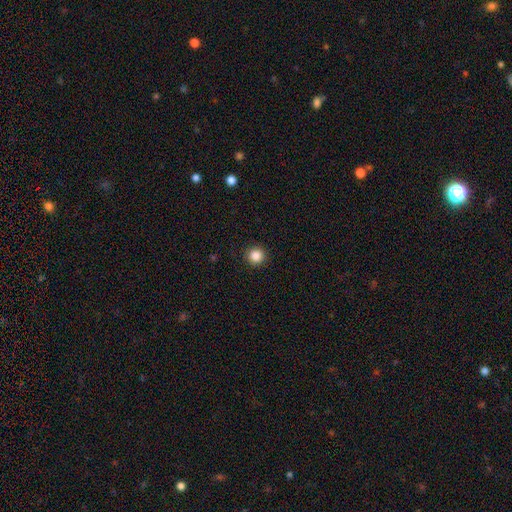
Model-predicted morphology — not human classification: smooth-or-featured: smooth: 87% | star or artifact: 10% | featured or disk: 3%
  how-rounded: round: 95% | in between: 4% | cigar-shaped: 1%
  merging: none: 92% | minor disturbance: 5% | major disturbance: 2% | merger: 1%